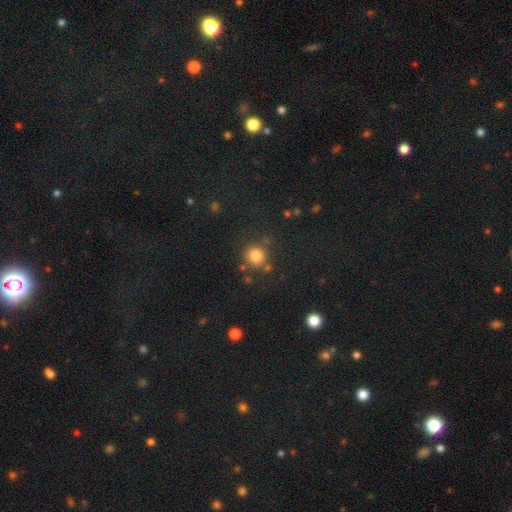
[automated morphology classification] smooth_or_featured: smooth (p=0.81) [alt: star or artifact p=0.13]
how_rounded: round (p=0.90) [alt: in between p=0.09]
merging: none (p=0.77) [alt: minor disturbance p=0.11]